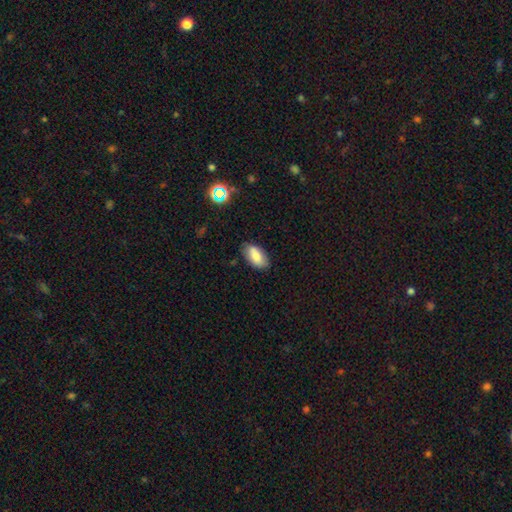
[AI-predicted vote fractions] smooth-or-featured: smooth: 80% | featured or disk: 12% | star or artifact: 8%
  how-rounded: in between: 93% | cigar-shaped: 3% | round: 3%
  merging: none: 80% | minor disturbance: 15% | major disturbance: 3% | merger: 2%